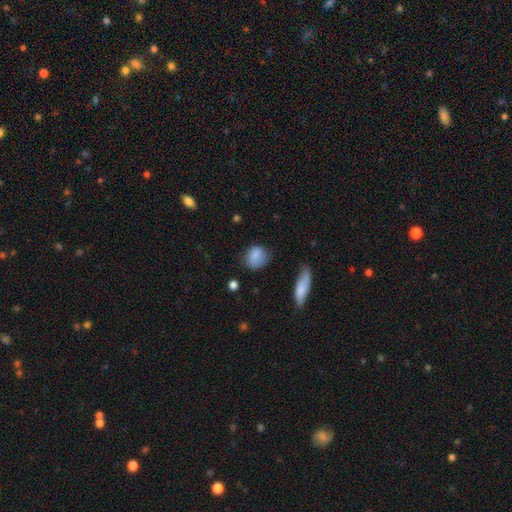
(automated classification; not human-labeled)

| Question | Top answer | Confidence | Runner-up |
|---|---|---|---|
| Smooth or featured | smooth | 84% | featured or disk (8%) |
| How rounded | round | 62% | in between (36%) |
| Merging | none | 66% | minor disturbance (25%) |